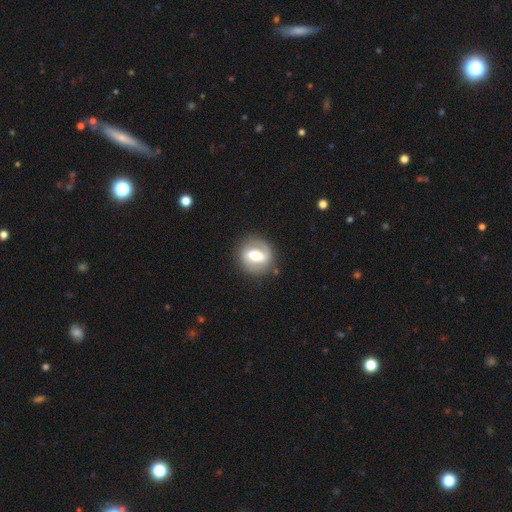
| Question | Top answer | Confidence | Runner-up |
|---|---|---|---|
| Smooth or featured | smooth | 51% | featured or disk (46%) |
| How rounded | round | 84% | in between (16%) |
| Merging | none | 81% | major disturbance (11%) |